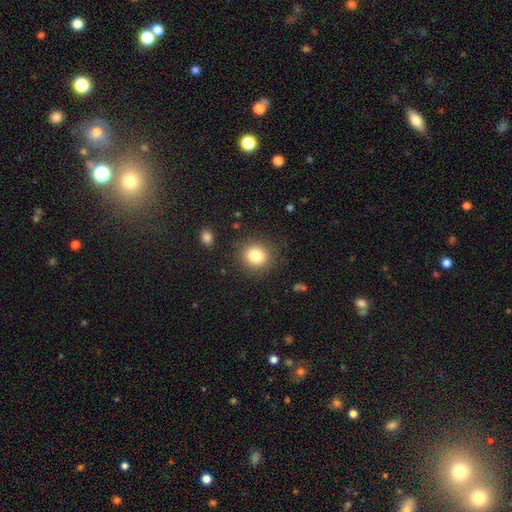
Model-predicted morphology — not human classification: Smooth or featured: smooth — 81% (star or artifact — 11%)
How rounded: round — 87% (in between — 12%)
Merging: none — 88% (minor disturbance — 8%)